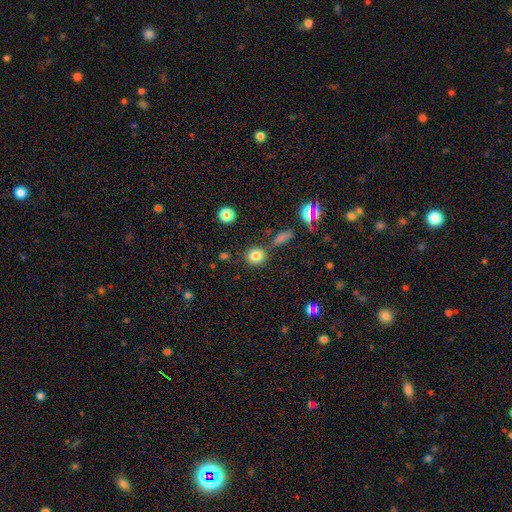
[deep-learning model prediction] smooth 82%, star or artifact 12%, featured or disk 7%. Down the decision tree: how rounded — round (79%); merging — none (78%).